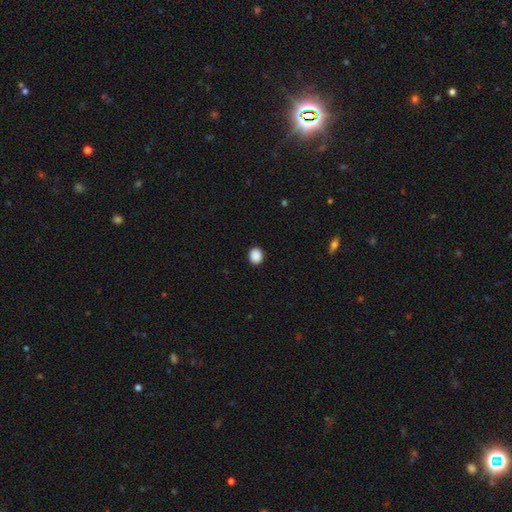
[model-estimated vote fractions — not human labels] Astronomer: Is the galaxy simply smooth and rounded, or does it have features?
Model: smooth — 89%.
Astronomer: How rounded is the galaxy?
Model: round — 72%.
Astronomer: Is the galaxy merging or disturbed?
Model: none — 92%.